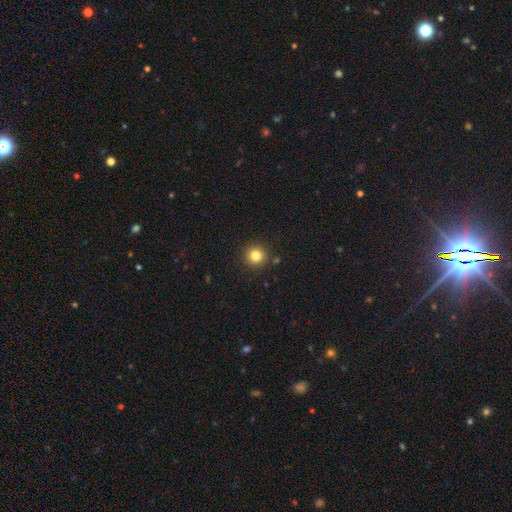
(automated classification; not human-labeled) Overall: smooth (82%). How rounded: round (95%). Merging: none (91%).